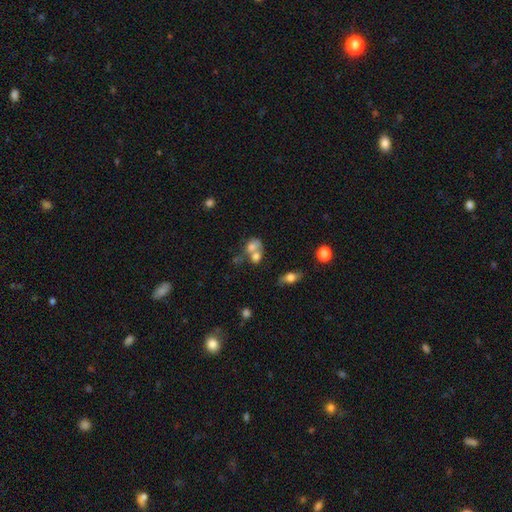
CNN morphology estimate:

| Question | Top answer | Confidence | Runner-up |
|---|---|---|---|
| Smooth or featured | smooth | 67% | featured or disk (21%) |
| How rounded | in between | 61% | round (37%) |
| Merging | merger | 59% | none (24%) |